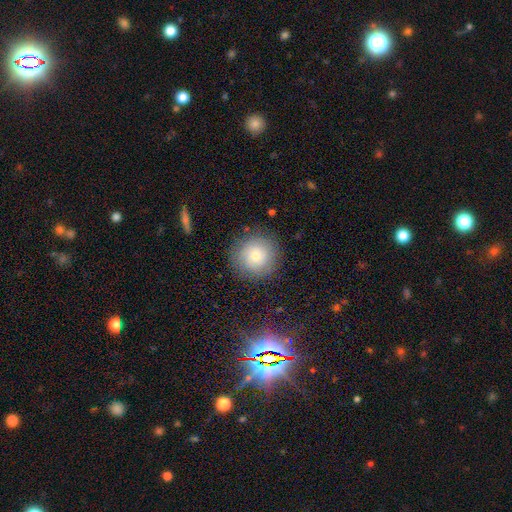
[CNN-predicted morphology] This is likely a smooth galaxy (72%). How rounded: clearly round (95%). Merging: clearly none (85%).